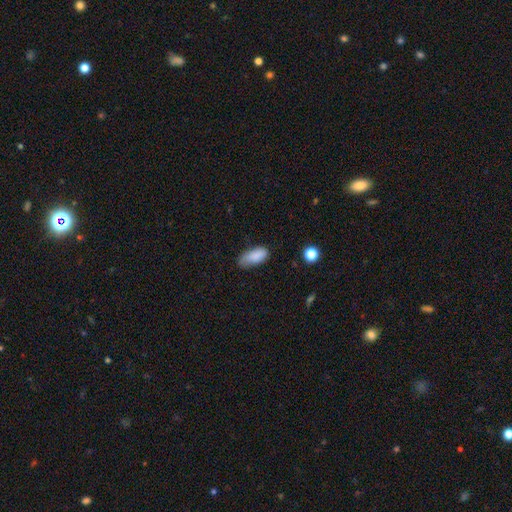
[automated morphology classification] This is clearly a smooth galaxy (85%). How rounded: clearly in between (87%). Merging: possibly none (56%).